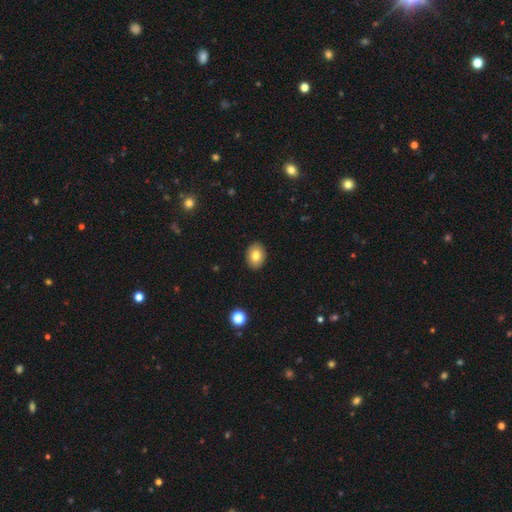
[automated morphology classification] type=smooth (81%); roundness=in between (68%); merging=none (90%).